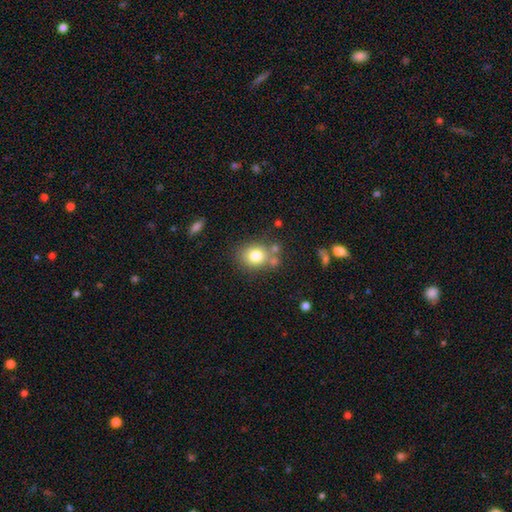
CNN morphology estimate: The model was most divided on "how rounded": round: 65%, in between: 34%, cigar-shaped: 1%. More confident: smooth or featured — smooth (77%); merging — none (67%).